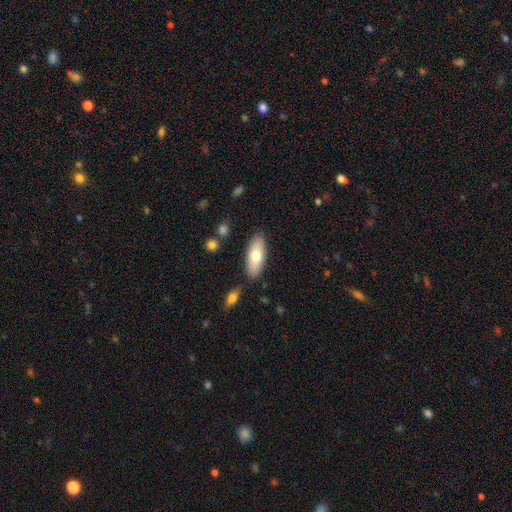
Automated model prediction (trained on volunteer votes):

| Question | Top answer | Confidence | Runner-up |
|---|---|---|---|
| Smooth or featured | smooth | 70% | featured or disk (24%) |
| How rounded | in between | 79% | cigar-shaped (19%) |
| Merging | none | 85% | minor disturbance (10%) |